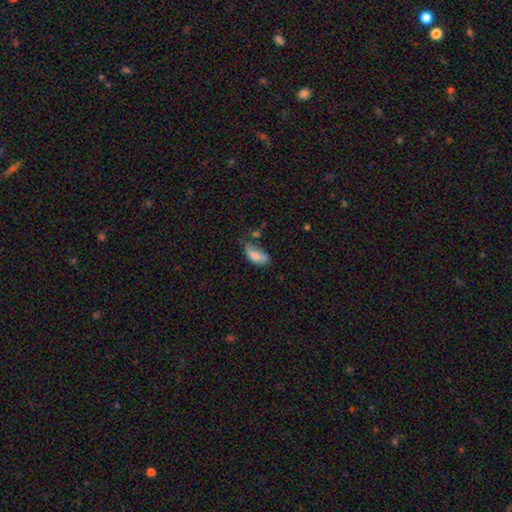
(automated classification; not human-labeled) Morphology: type=smooth (78%); roundness=in between (89%); merging=none (35%).